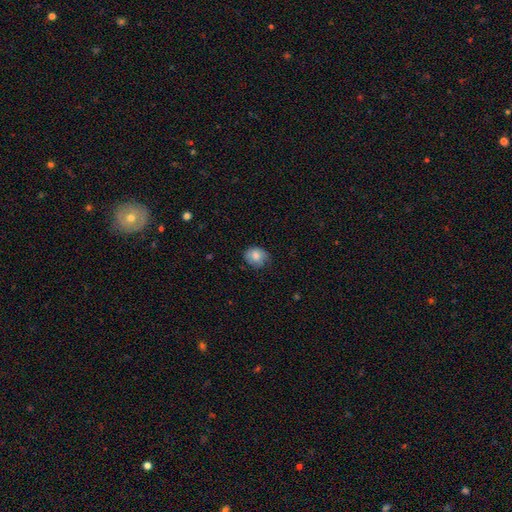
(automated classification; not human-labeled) This appears to be a smooth galaxy with no disk features (75%) that is round (64%). Merging: none (64%).